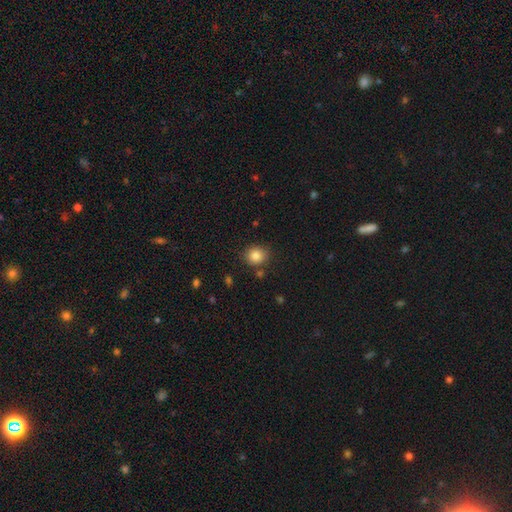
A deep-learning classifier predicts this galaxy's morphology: Smooth or featured? smooth (86%)
How rounded? round (77%)
Merging? none (83%)